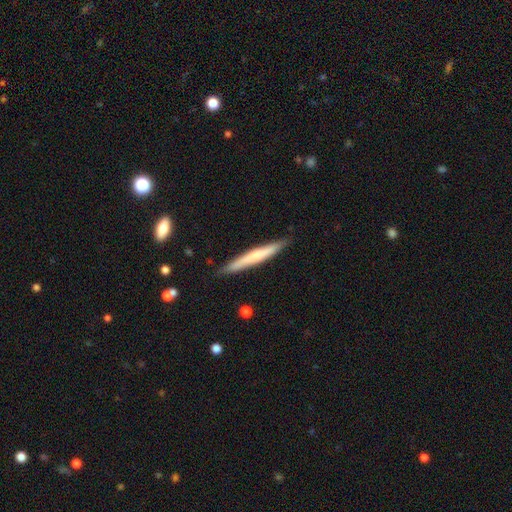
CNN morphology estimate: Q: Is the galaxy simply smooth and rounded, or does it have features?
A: smooth — 56%.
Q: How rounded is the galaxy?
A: cigar-shaped — 96%.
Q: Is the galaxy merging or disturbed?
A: none — 87%.